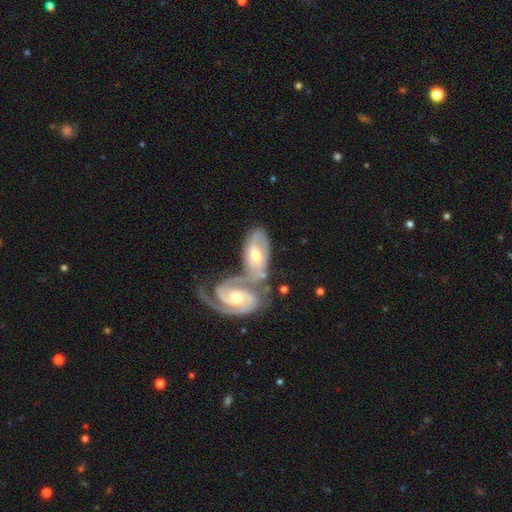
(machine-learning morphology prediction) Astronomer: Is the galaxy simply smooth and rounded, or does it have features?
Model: featured or disk — 72%.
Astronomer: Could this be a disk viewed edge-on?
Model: no — 93%.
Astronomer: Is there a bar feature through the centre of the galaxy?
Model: no — 50% (runner-up: weak, 37%).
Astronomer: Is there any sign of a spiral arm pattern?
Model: yes — 90%.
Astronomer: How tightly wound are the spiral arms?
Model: tight — 53% (runner-up: medium, 37%).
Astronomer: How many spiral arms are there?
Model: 2 — 64%.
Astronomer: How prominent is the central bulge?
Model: moderate — 67%.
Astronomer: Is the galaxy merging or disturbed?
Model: merger — 66%.